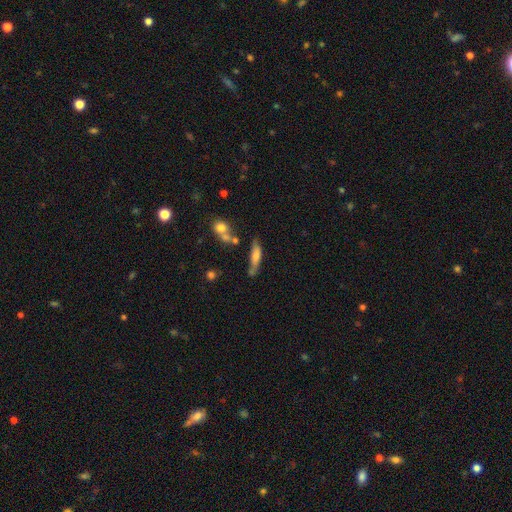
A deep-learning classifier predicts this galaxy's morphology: Smooth or featured? Predicted: smooth (p=0.65). How rounded? Predicted: cigar-shaped (p=0.68). Merging? Predicted: none (p=0.53).